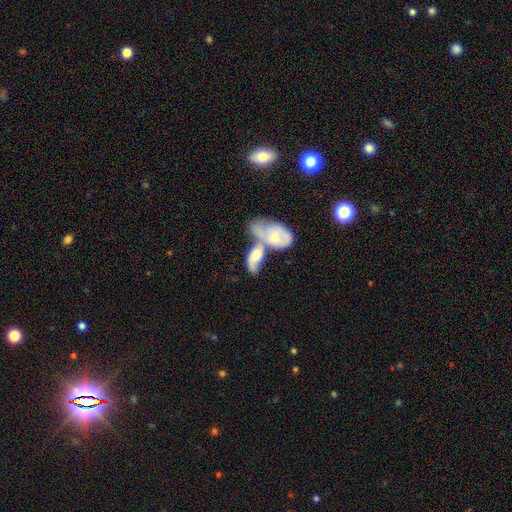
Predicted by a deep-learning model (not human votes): A smooth galaxy with no disk features (51%) that is in between round and cigar-shaped (90%).

Vote fractions:
- Smooth or featured? smooth: 51% / featured or disk: 43% / star or artifact: 6%
- How rounded? in between: 90% / cigar-shaped: 5% / round: 5%
- Merging? merger: 74% / none: 10% / major disturbance: 8% / minor disturbance: 7%